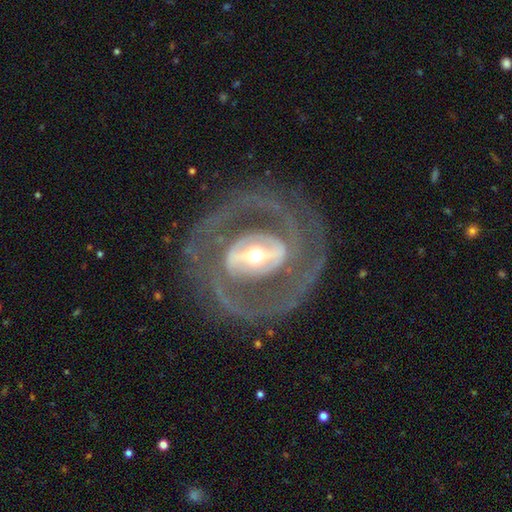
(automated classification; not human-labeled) Smooth or featured?
  - featured or disk: 87% *
  - smooth: 8%
  - star or artifact: 5%
Edge-on disk?
  - no: 95% *
  - yes: 5%
Bar?
  - strong: 52% *
  - weak: 29%
  - no: 19%
Spiral arms?
  - yes: 78% *
  - no: 22%
Spiral winding?
  - medium: 46% *
  - tight: 36%
  - loose: 19%
Spiral arm count?
  - 2: 76% *
  - can't tell: 11%
  - 3: 5%
  - 1: 4%
  - 4: 2%
  - more than 4: 2%
Bulge size?
  - moderate: 59% *
  - small: 26%
  - large: 13%
  - dominant: 2%
  - none: 1%
Merging?
  - none: 74% *
  - major disturbance: 13%
  - minor disturbance: 11%
  - merger: 2%